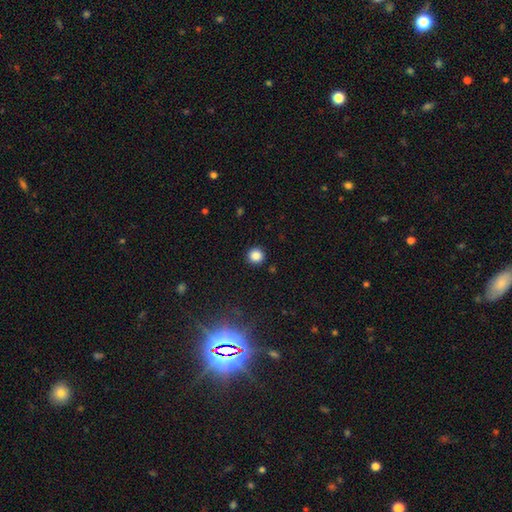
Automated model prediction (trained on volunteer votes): The model was most divided on "smooth or featured": smooth: 86%, star or artifact: 11%, featured or disk: 3%. More confident: how rounded — round (94%); merging — none (92%).